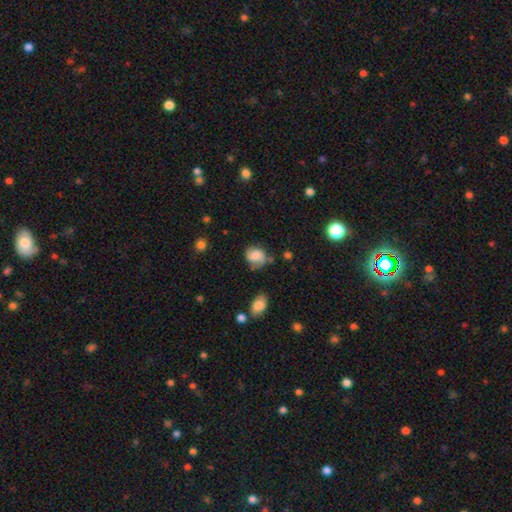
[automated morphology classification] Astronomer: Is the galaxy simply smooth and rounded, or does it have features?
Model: smooth — 60%.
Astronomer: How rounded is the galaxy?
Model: round — 57% (runner-up: in between, 42%).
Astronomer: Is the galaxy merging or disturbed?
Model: none — 55%.